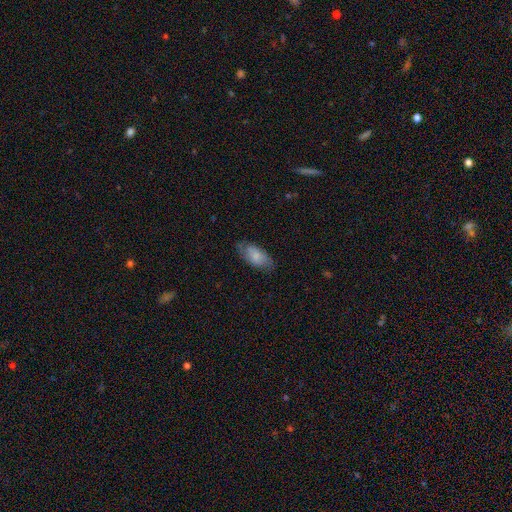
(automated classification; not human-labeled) Q: Smooth or featured?
A: smooth (71%); runner-up: featured or disk (23%)
Q: How rounded?
A: in between (92%); runner-up: cigar-shaped (6%)
Q: Merging?
A: none (70%); runner-up: minor disturbance (22%)